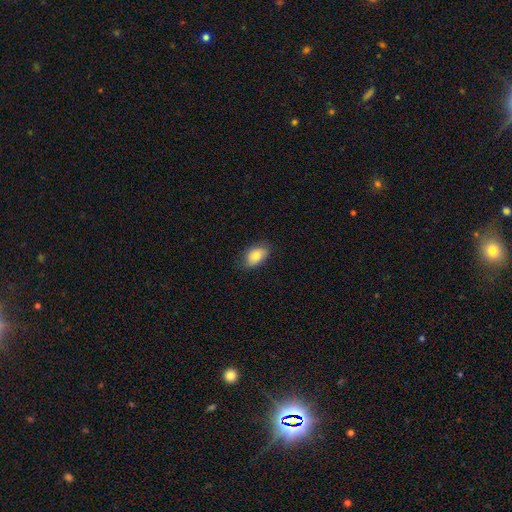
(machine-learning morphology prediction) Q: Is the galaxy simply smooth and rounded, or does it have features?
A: smooth — 84%.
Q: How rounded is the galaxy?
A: in between — 90%.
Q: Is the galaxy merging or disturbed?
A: none — 79%.